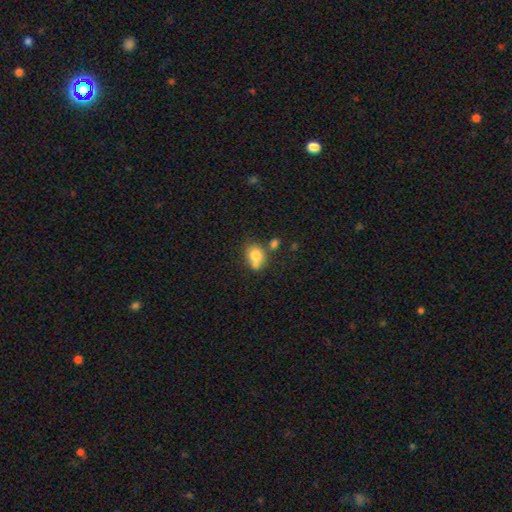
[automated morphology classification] type=smooth (76%); roundness=round (61%); merging=none (45%).